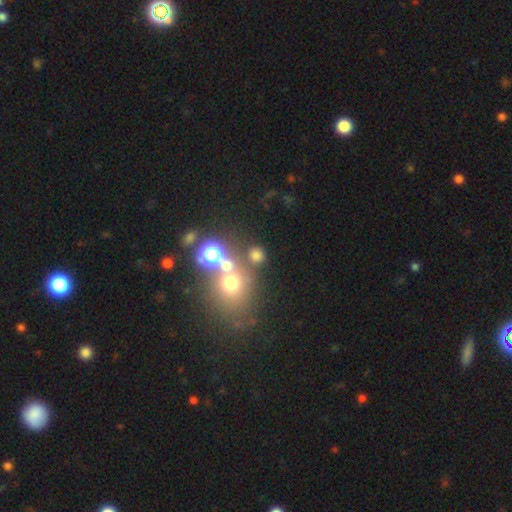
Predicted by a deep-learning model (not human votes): smooth_or_featured: smooth (p=0.64) [alt: star or artifact p=0.26]
how_rounded: round (p=0.82) [alt: in between p=0.17]
merging: none (p=0.64) [alt: merger p=0.22]